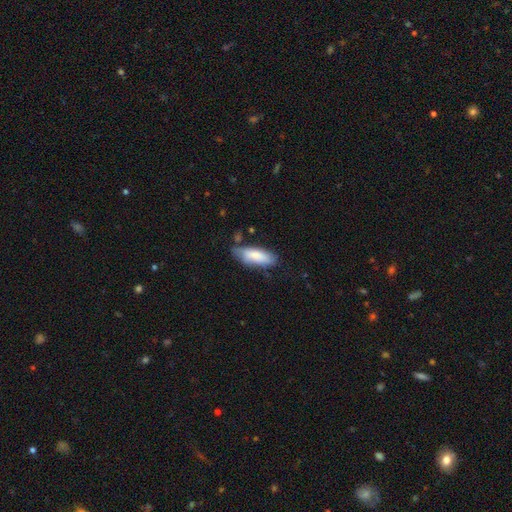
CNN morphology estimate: A smooth galaxy with no disk features (80%) that is in between round and cigar-shaped (67%).

Vote fractions:
- Smooth or featured? smooth: 80% / featured or disk: 14% / star or artifact: 6%
- How rounded? in between: 67% / cigar-shaped: 31% / round: 2%
- Merging? none: 60% / minor disturbance: 29% / major disturbance: 7% / merger: 5%